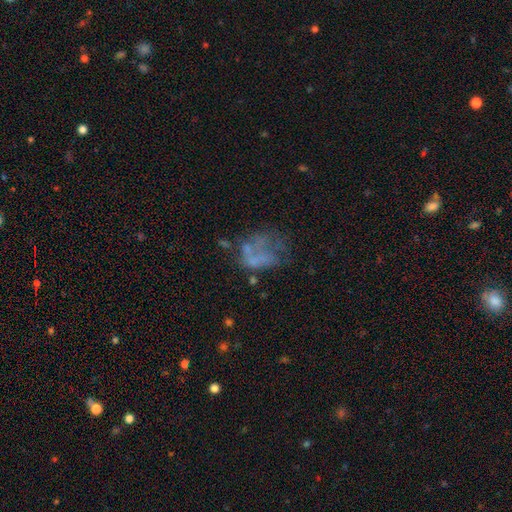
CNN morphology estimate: Smooth or featured? Predicted: featured or disk (p=0.51). Edge-on disk? Predicted: no (p=0.98). Bar? Predicted: no (p=0.93). Spiral arms? Predicted: no (p=0.93). Bulge size? Predicted: none (p=0.81). Merging? Predicted: major disturbance (p=0.37).